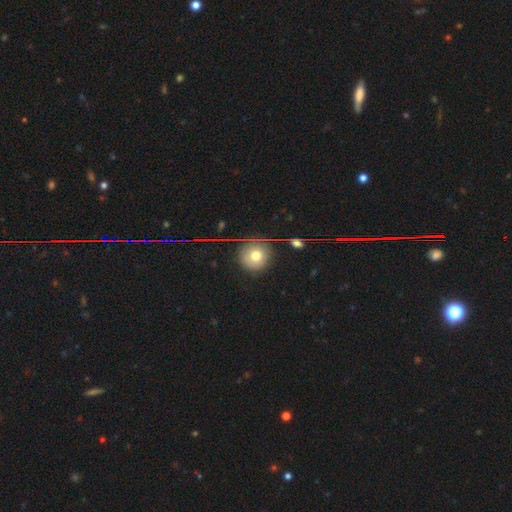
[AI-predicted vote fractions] smooth_or_featured: smooth (p=0.70) [alt: star or artifact p=0.17]
how_rounded: round (p=0.92) [alt: in between p=0.07]
merging: none (p=0.82) [alt: minor disturbance p=0.12]